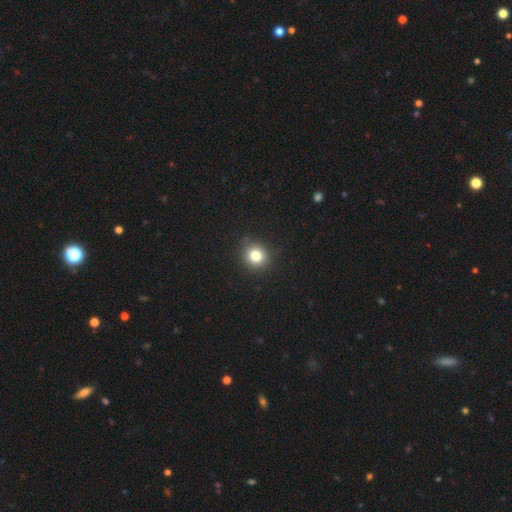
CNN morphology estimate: Smooth or featured?
  - smooth: 80% *
  - star or artifact: 13%
  - featured or disk: 7%
How rounded?
  - round: 88% *
  - in between: 11%
  - cigar-shaped: 1%
Merging?
  - none: 90% *
  - minor disturbance: 7%
  - major disturbance: 2%
  - merger: 1%